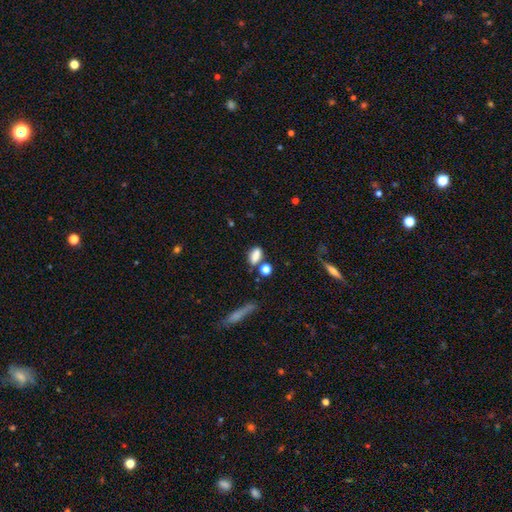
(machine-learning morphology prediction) type=smooth (82%); roundness=in between (80%); merging=none (67%).